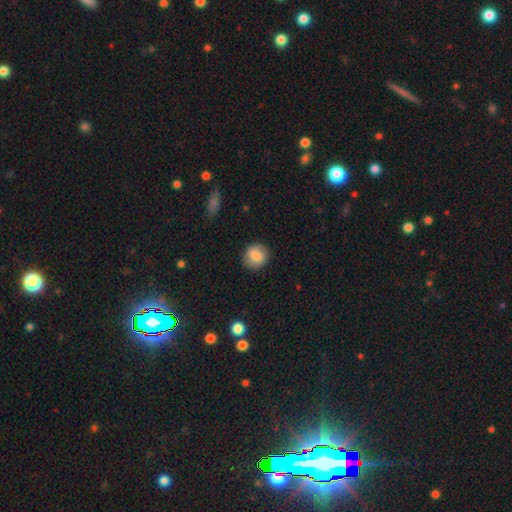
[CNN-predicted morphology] Smooth or featured?
  - smooth: 85% *
  - star or artifact: 8%
  - featured or disk: 7%
How rounded?
  - round: 87% *
  - in between: 12%
  - cigar-shaped: 1%
Merging?
  - none: 87% *
  - minor disturbance: 10%
  - major disturbance: 2%
  - merger: 1%